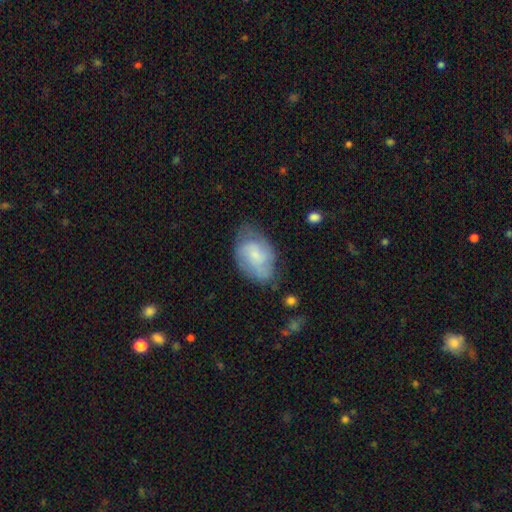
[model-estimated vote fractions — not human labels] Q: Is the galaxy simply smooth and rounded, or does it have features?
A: featured or disk — 48%.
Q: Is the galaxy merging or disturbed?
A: none — 59%.